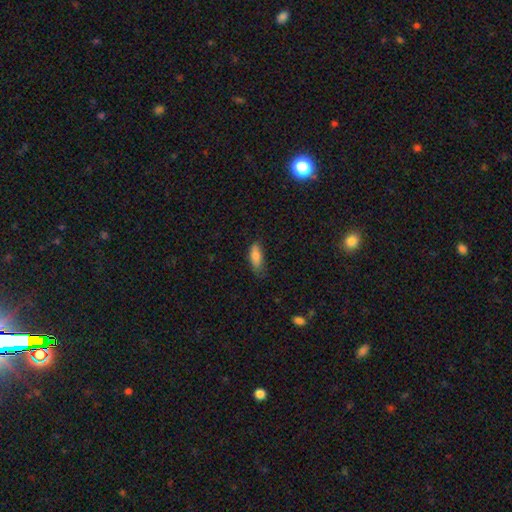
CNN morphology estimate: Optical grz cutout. It shows a smooth galaxy with no disk features (83%) that is in between round and cigar-shaped (71%). Merging: none (62%).